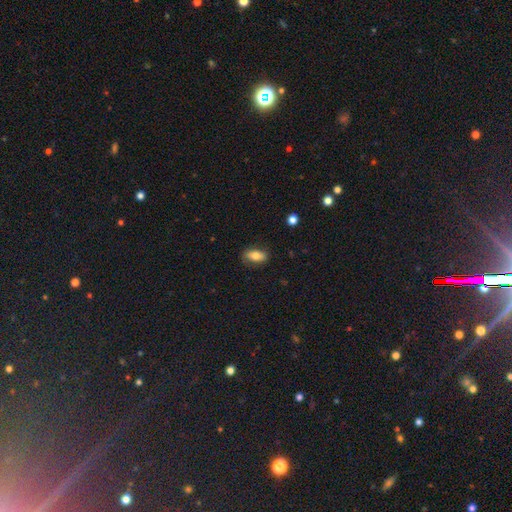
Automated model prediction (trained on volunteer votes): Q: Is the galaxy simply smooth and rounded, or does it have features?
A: smooth — 76%.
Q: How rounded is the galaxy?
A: in between — 85%.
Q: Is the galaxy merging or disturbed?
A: none — 83%.